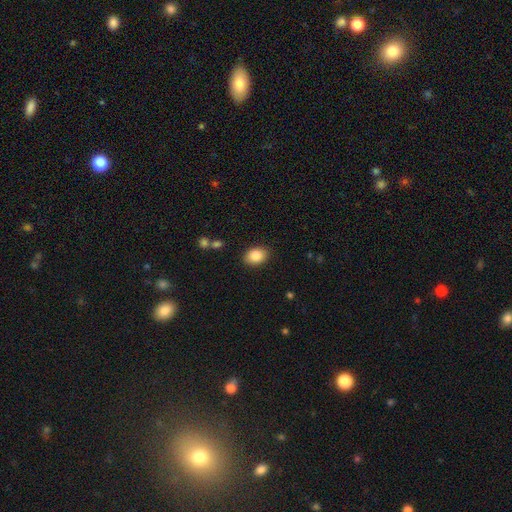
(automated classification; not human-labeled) smooth 86%, star or artifact 8%, featured or disk 6%. Down the decision tree: how rounded — in between (75%); merging — none (88%).